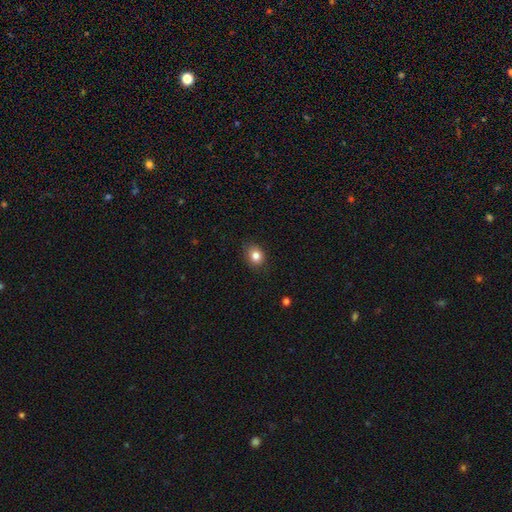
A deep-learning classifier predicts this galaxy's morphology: The model was most divided on "how rounded": round: 63%, in between: 36%, cigar-shaped: 1%. More confident: merging — none (86%); smooth or featured — smooth (82%).